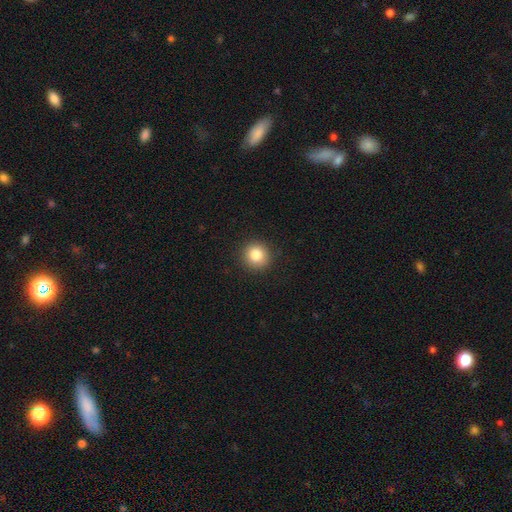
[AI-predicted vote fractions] The model was most divided on "smooth or featured": smooth: 84%, star or artifact: 10%, featured or disk: 6%. More confident: how rounded — round (93%); merging — none (91%).